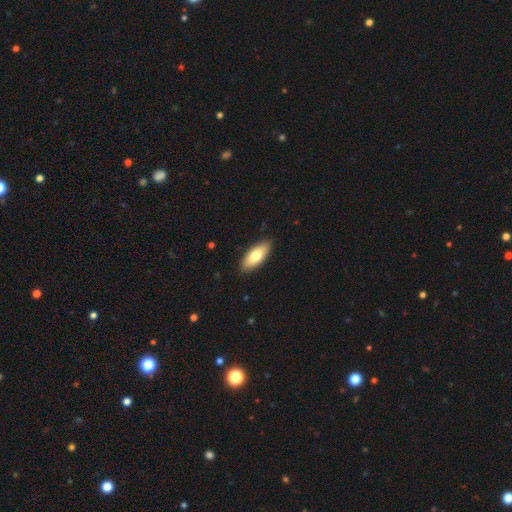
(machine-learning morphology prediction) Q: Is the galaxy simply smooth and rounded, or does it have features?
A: smooth — 76%.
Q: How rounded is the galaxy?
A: in between — 82%.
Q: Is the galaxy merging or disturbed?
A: none — 88%.